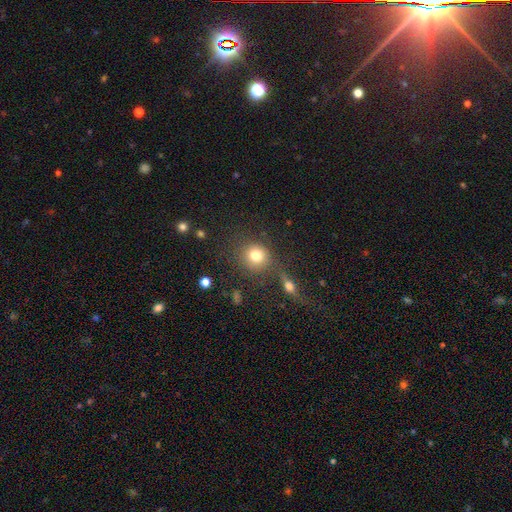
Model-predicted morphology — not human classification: A smooth galaxy with no disk features (79%) that is round (87%).

Vote fractions:
- Smooth or featured? smooth: 79% / star or artifact: 12% / featured or disk: 9%
- How rounded? round: 87% / in between: 12% / cigar-shaped: 1%
- Merging? none: 75% / minor disturbance: 10% / merger: 10% / major disturbance: 5%